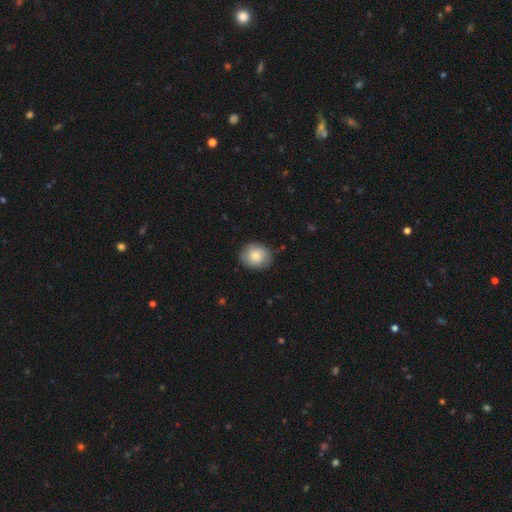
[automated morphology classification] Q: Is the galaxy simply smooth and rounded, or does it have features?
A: smooth — 83%.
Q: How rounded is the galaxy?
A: round — 62%.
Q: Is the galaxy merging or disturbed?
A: none — 83%.